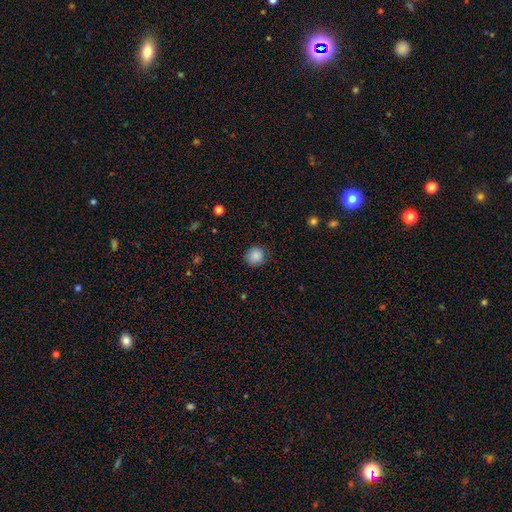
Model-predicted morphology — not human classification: A smooth galaxy with no disk features (87%) that is round (91%). Merging: none (86%).